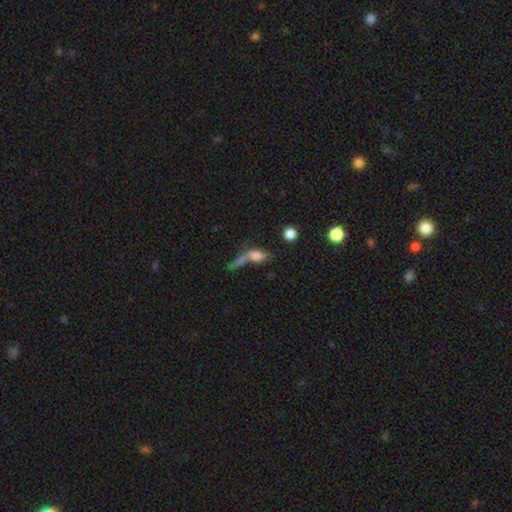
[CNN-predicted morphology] This is likely a smooth galaxy (61%). How rounded: possibly in between (57%). Merging: marginally merger (44%).